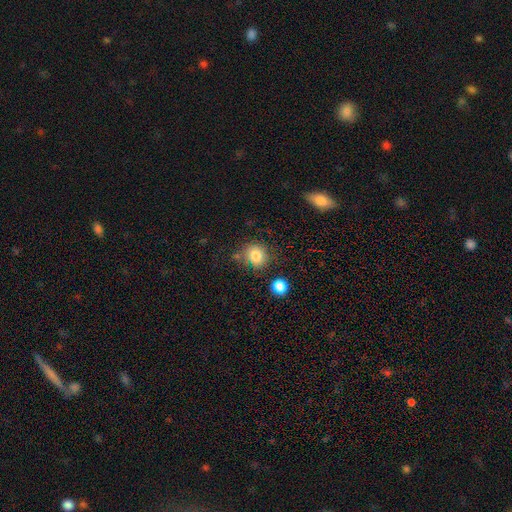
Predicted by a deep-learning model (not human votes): Q: Smooth or featured?
A: smooth (81%); runner-up: star or artifact (12%)
Q: How rounded?
A: round (85%); runner-up: in between (14%)
Q: Merging?
A: none (75%); runner-up: minor disturbance (14%)